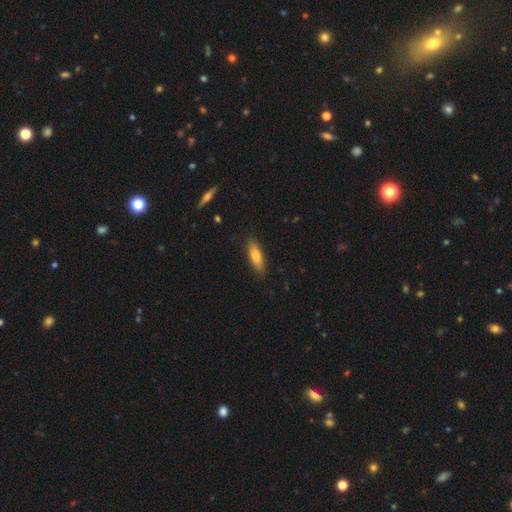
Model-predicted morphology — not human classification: type=smooth (77%); roundness=in between (58%); merging=none (86%).